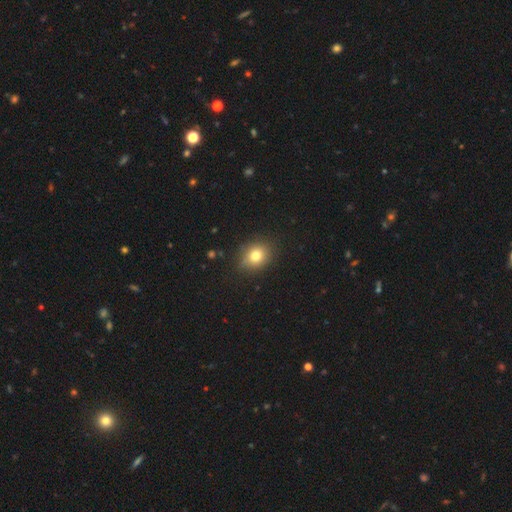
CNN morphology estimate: Smooth or featured? smooth (79%)
How rounded? round (56%)
Merging? none (85%)